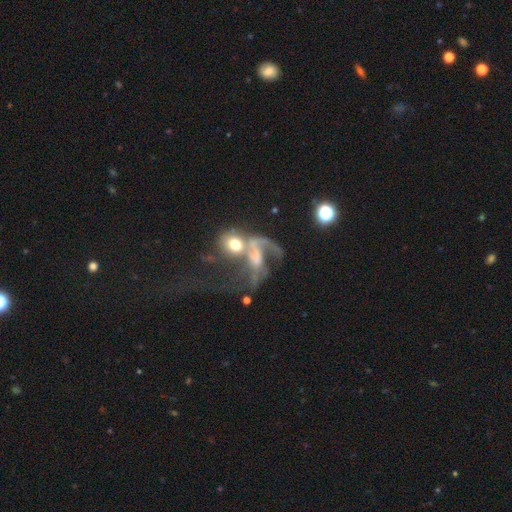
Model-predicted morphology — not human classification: smooth-or-featured: featured or disk: 60% | smooth: 26% | star or artifact: 14%
  disk-edge-on: no: 95% | yes: 5%
    bar: no: 63% | weak: 25% | strong: 12%
    has-spiral-arms: yes: 62% | no: 38%
    bulge-size: moderate: 39% | small: 24% | none: 20% | large: 14% | dominant: 4%
  merging: merger: 47% | major disturbance: 31% | none: 14% | minor disturbance: 7%